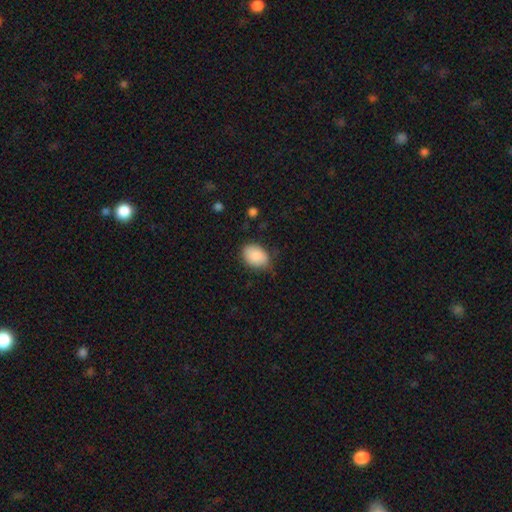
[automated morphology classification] Smooth or featured?
  - smooth: 86% *
  - featured or disk: 7%
  - star or artifact: 7%
How rounded?
  - in between: 80% *
  - round: 19%
  - cigar-shaped: 1%
Merging?
  - none: 77% *
  - minor disturbance: 19%
  - major disturbance: 4%
  - merger: 1%